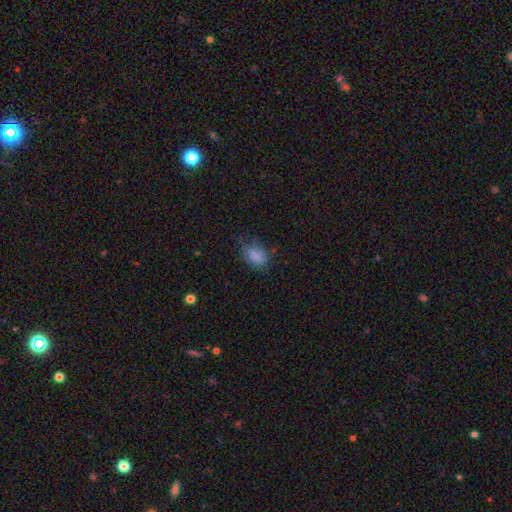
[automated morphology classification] The model was most divided on "merging": none: 57%, minor disturbance: 29%, major disturbance: 13%, merger: 2%. More confident: how rounded — in between (83%); smooth or featured — smooth (80%).